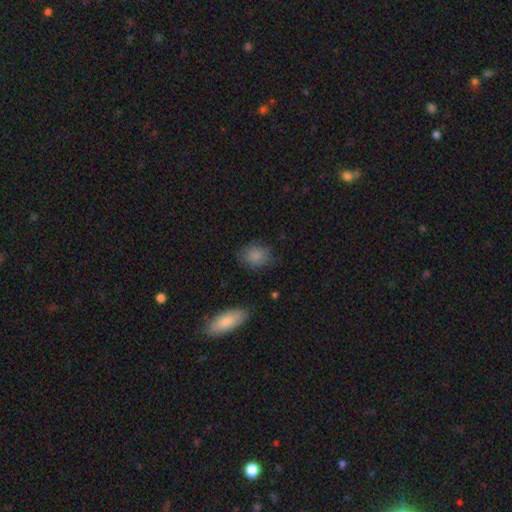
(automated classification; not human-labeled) Q: Smooth or featured?
A: smooth (85%); runner-up: star or artifact (9%)
Q: How rounded?
A: round (50%); runner-up: in between (49%)
Q: Merging?
A: none (80%); runner-up: minor disturbance (15%)